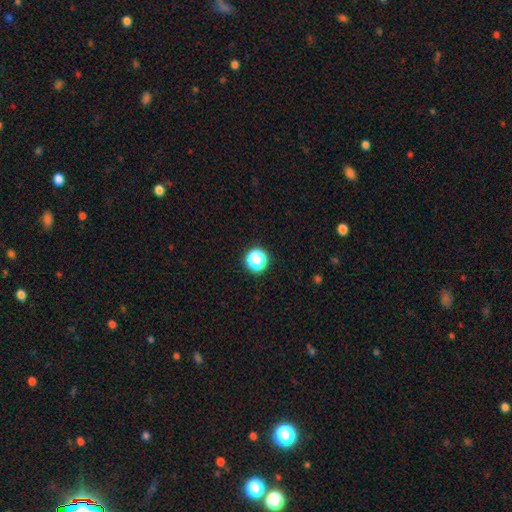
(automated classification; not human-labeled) The model was most divided on "smooth or featured": smooth: 56%, star or artifact: 36%, featured or disk: 8%. More confident: how rounded — round (84%); merging — none (81%).